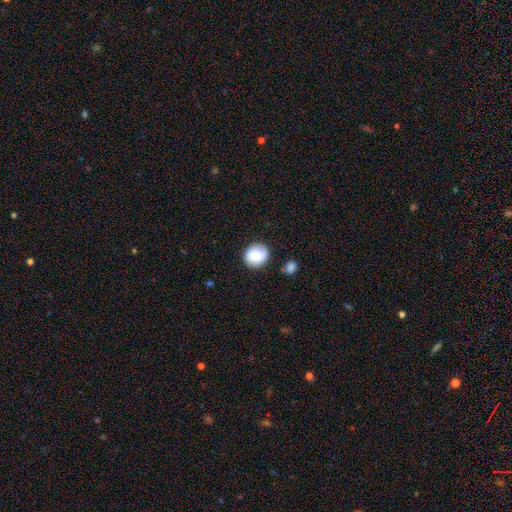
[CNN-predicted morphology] A smooth galaxy with no disk features (77%) that is round (82%). Merging: none (77%).